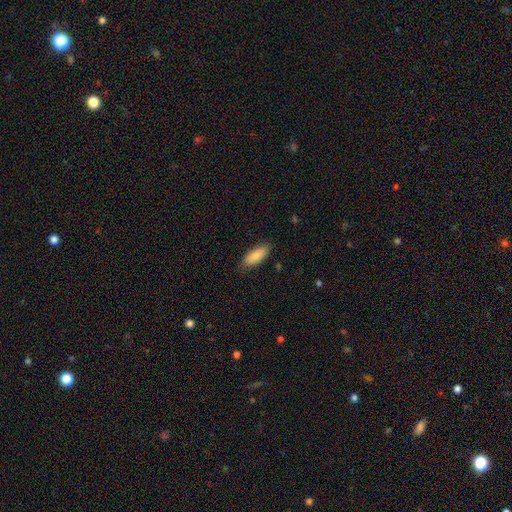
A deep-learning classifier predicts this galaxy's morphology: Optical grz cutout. It shows a smooth galaxy with no disk features (84%) that is in between round and cigar-shaped (76%). Merging: none (80%).